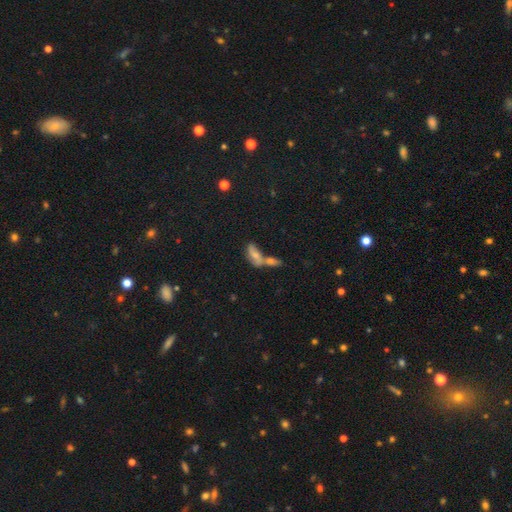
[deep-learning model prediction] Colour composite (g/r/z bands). It shows a smooth galaxy with no disk features (59%) that is in between round and cigar-shaped (78%). Merging: merger (61%).